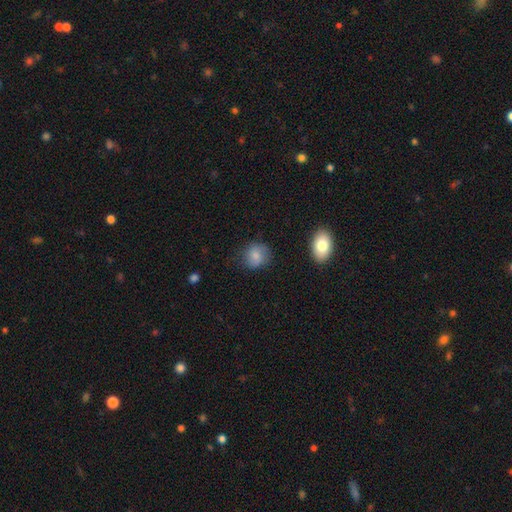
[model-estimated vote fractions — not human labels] This is likely a smooth galaxy (79%). How rounded: likely round (78%). Merging: likely none (73%).